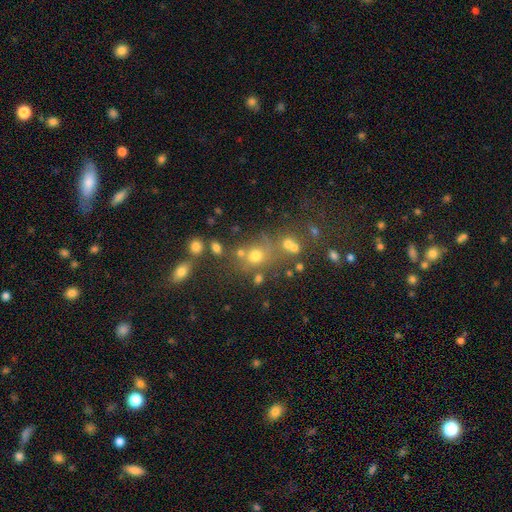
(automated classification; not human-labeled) Smooth or featured?
  - smooth: 57% *
  - star or artifact: 27%
  - featured or disk: 15%
How rounded?
  - round: 73% *
  - in between: 25%
  - cigar-shaped: 2%
Merging?
  - none: 59% *
  - merger: 22%
  - minor disturbance: 12%
  - major disturbance: 7%